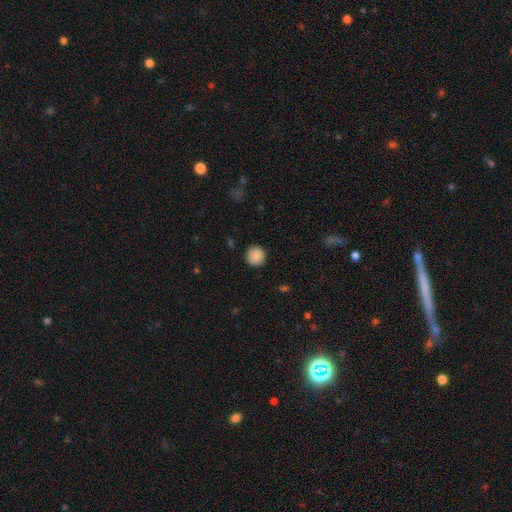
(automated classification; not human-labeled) Smooth or featured? smooth (89%)
How rounded? round (94%)
Merging? none (90%)